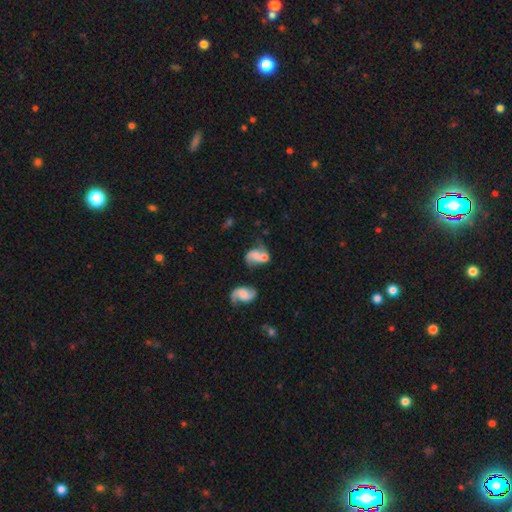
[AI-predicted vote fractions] Overall: featured or disk (61%; smooth 29%). Edge-on disk: no (97%). Bar: no (62%; weak 30%). Spiral arms: yes (85%). Spiral arm count: 2 (78%). Spiral winding: loose (57%; medium 33%). Bulge size: none (37%; small 29%). Merging: merger (35%; none 32%).